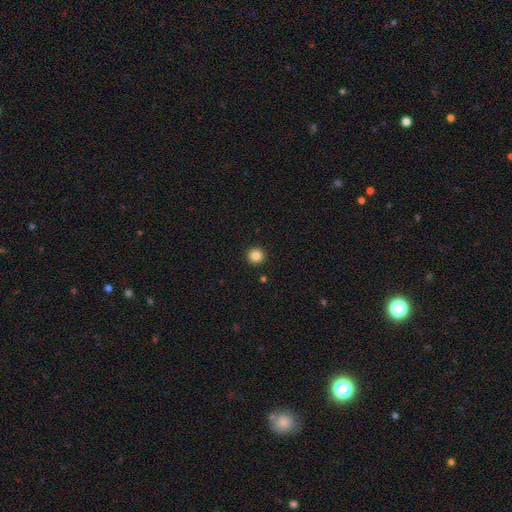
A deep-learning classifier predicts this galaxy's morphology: The model was most divided on "smooth or featured": smooth: 85%, star or artifact: 11%, featured or disk: 4%. More confident: how rounded — round (96%); merging — none (93%).